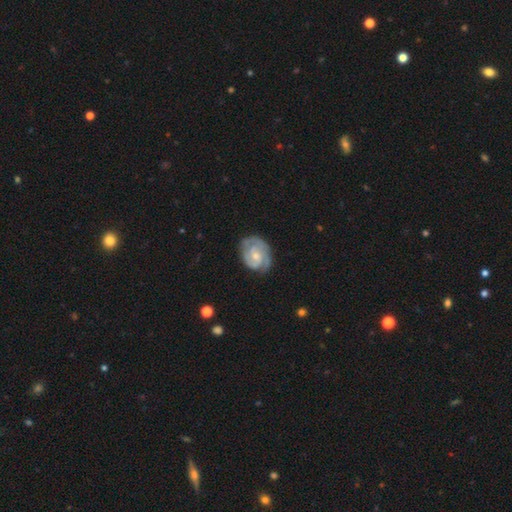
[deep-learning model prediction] Morphology: type=featured or disk (83%); edge-on=no (98%); bar=no (58%); spiral arms=yes (96%); winding=tight (58%); arm count=2 (58%); bulge=small (55%); merging=none (71%).